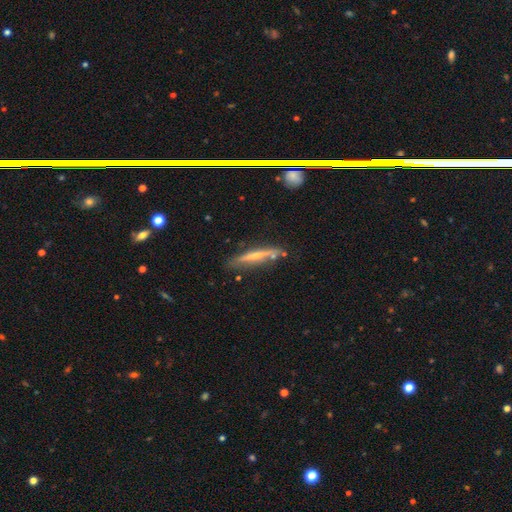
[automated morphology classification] The model was most divided on "smooth or featured": featured or disk: 52%, smooth: 41%, star or artifact: 6%. More confident: edge-on disk — yes (91%); merging — none (73%).